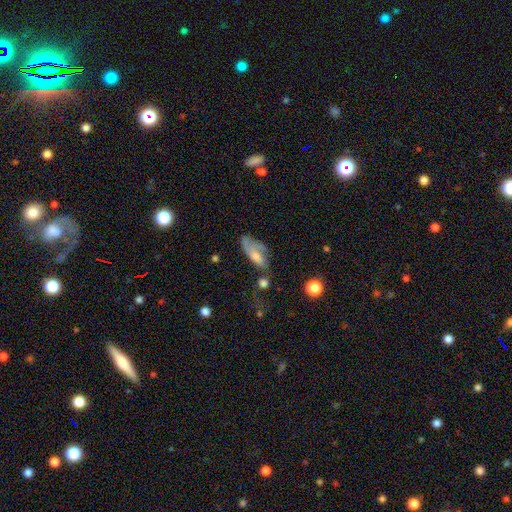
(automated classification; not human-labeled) A smooth galaxy with no disk features (51%) that is in between round and cigar-shaped (76%). Merging: none (32%).